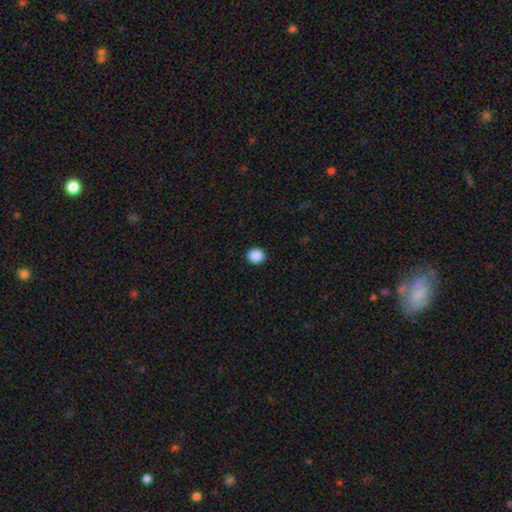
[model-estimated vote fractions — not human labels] The model was most divided on "how rounded": round: 73%, in between: 26%, cigar-shaped: 1%. More confident: merging — none (92%); smooth or featured — smooth (89%).